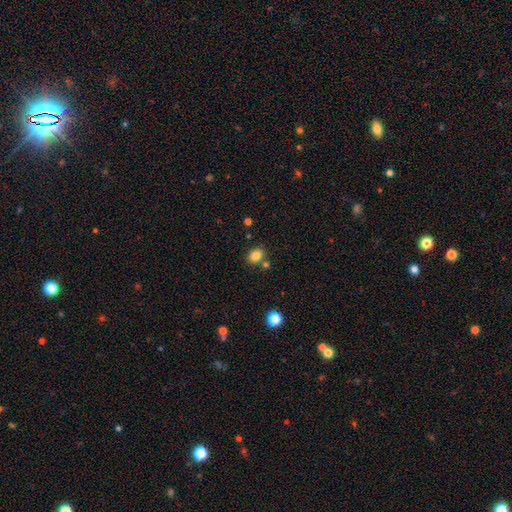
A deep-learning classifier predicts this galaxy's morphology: smooth_or_featured: smooth (p=0.82) [alt: star or artifact p=0.11]
how_rounded: in between (p=0.51) [alt: round p=0.48]
merging: none (p=0.76) [alt: merger p=0.11]